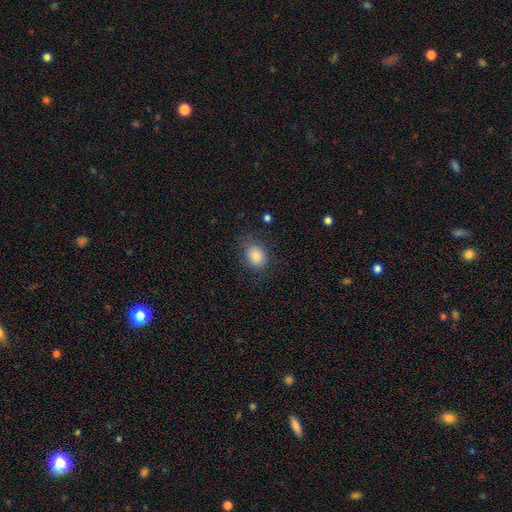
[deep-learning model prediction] smooth_or_featured: smooth (p=0.83) [alt: star or artifact p=0.09]
how_rounded: in between (p=0.55) [alt: round p=0.44]
merging: none (p=0.71) [alt: minor disturbance p=0.20]